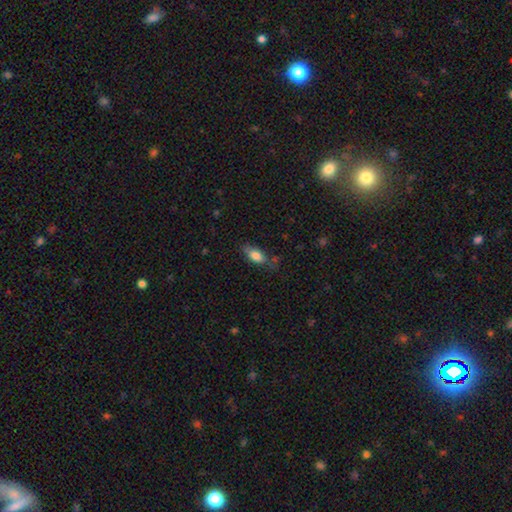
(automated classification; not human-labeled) Q: Smooth or featured?
A: smooth (78%); runner-up: featured or disk (14%)
Q: How rounded?
A: in between (83%); runner-up: cigar-shaped (13%)
Q: Merging?
A: none (63%); runner-up: minor disturbance (26%)